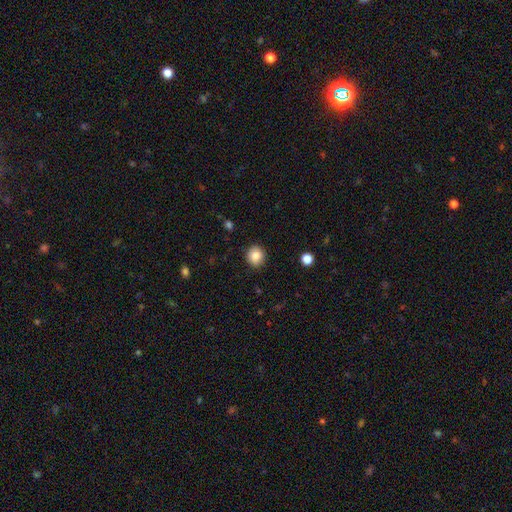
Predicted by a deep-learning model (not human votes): smooth_or_featured: smooth (p=0.85) [alt: star or artifact p=0.09]
how_rounded: round (p=0.87) [alt: in between p=0.13]
merging: none (p=0.90) [alt: minor disturbance p=0.07]